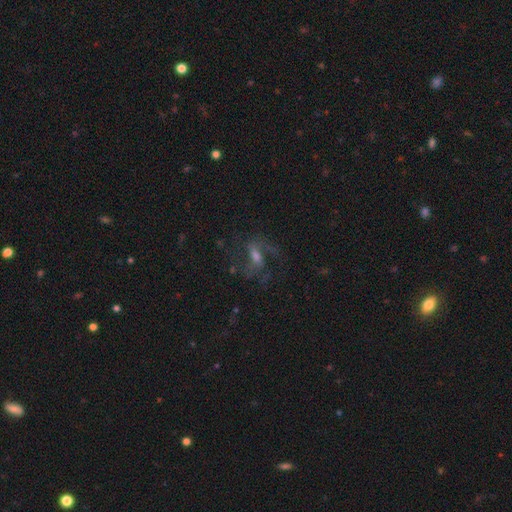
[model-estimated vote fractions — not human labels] A featured or disk galaxy (66%) with a weak bar (47%), 2 (63%) medium (46%) spiral arms (87%) and a moderate central bulge (44%).

Vote fractions:
- Smooth or featured? featured or disk: 66% / star or artifact: 20% / smooth: 14%
- Edge-on disk? no: 92% / yes: 8%
- Bar? weak: 47% / no: 29% / strong: 23%
- Spiral arms? yes: 87% / no: 13%
- Spiral winding? medium: 46% / loose: 38% / tight: 15%
- Spiral arm count? 2: 63% / can't tell: 18% / 3: 8% / 1: 5% / 4: 3% / more than 4: 3%
- Bulge size? moderate: 44% / small: 38% / none: 9% / large: 8% / dominant: 2%
- Merging? none: 66% / major disturbance: 17% / minor disturbance: 15% / merger: 2%